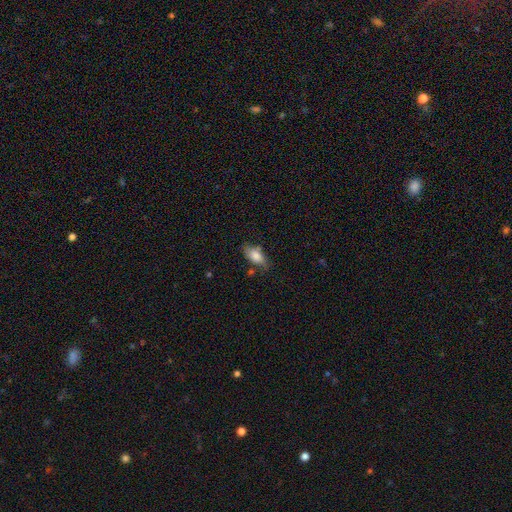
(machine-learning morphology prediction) The model was most divided on "merging": none: 64%, minor disturbance: 25%, major disturbance: 6%, merger: 5%. More confident: how rounded — in between (87%); smooth or featured — smooth (79%).